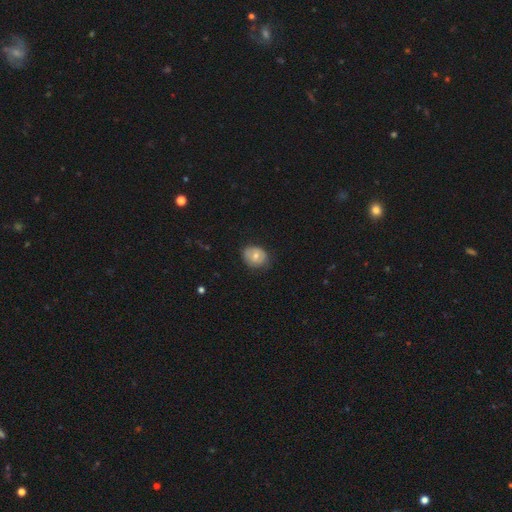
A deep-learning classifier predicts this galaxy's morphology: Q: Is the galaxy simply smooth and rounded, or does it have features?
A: smooth — 64%.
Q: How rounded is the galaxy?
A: round — 58%.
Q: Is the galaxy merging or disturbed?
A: none — 73%.